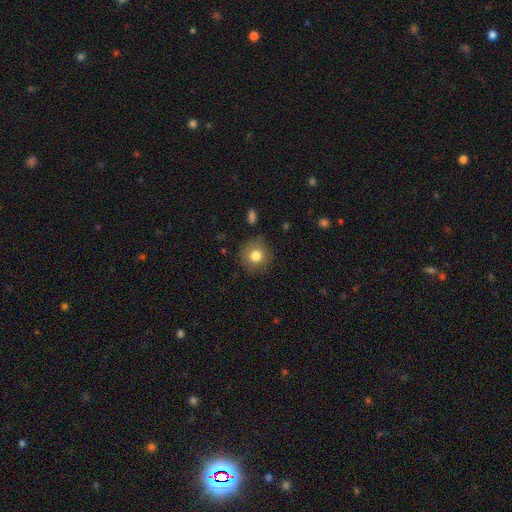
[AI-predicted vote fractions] Smooth or featured? Predicted: smooth (p=0.81). How rounded? Predicted: round (p=0.91). Merging? Predicted: none (p=0.83).